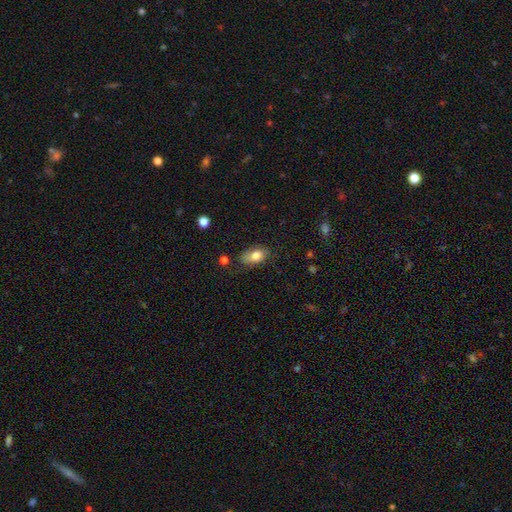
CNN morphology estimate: smooth 81%, featured or disk 11%, star or artifact 8%. Down the decision tree: how rounded — in between (90%); merging — none (71%).